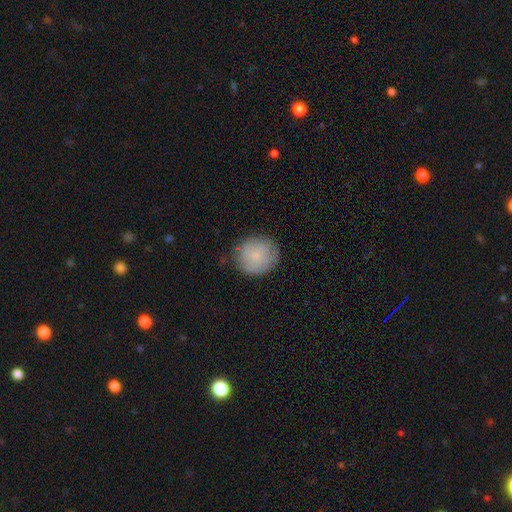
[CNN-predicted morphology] Smooth or featured: smooth — 77% (featured or disk — 16%)
How rounded: round — 87% (in between — 12%)
Merging: none — 77% (minor disturbance — 18%)